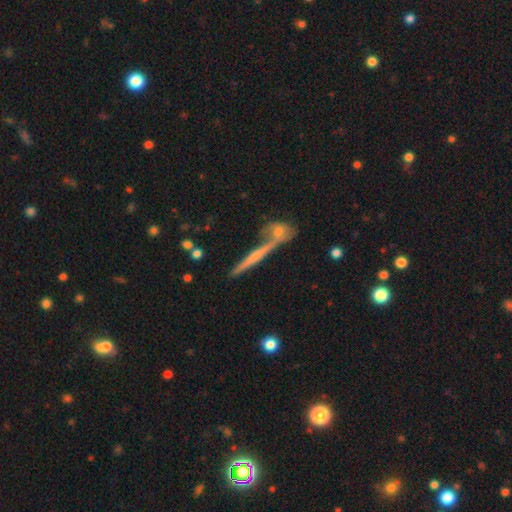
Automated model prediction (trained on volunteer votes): Overall: featured or disk (64%; smooth 27%). Edge-on disk: yes (95%). Edge-on bulge: rounded (52%; none 39%). Merging: none (67%).